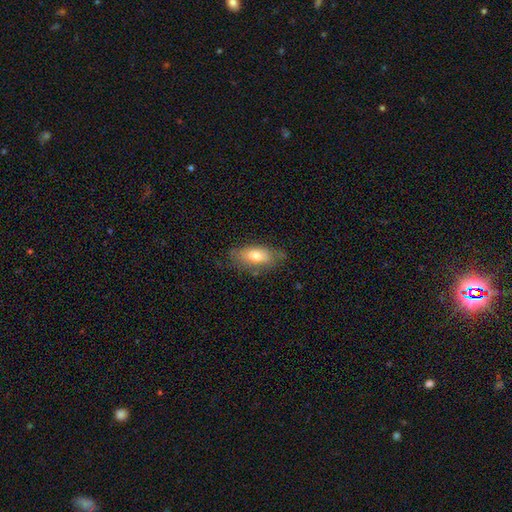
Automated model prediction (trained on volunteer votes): This appears to be a smooth galaxy with no disk features (70%) that is in between round and cigar-shaped (83%). Merging: none (70%).